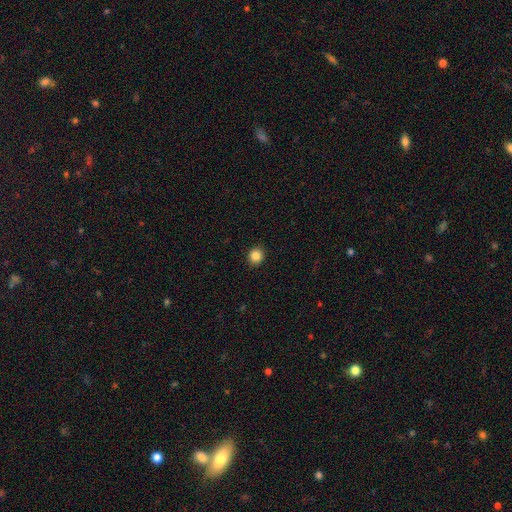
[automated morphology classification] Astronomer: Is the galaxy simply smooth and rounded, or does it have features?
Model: smooth — 86%.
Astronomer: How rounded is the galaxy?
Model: round — 85%.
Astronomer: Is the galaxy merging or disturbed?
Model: none — 91%.